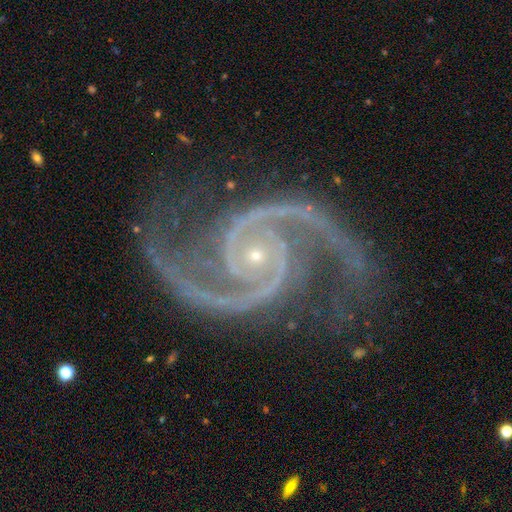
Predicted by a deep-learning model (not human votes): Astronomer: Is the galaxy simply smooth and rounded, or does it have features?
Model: featured or disk — 95%.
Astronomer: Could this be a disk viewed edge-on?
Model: no — 98%.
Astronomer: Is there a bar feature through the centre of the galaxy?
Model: no — 67%.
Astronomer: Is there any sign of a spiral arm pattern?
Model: yes — 99%.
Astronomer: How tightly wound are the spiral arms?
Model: medium — 63%.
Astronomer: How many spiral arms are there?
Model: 2 — 93%.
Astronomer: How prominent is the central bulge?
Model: small — 85%.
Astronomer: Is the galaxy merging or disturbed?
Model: none — 76%.